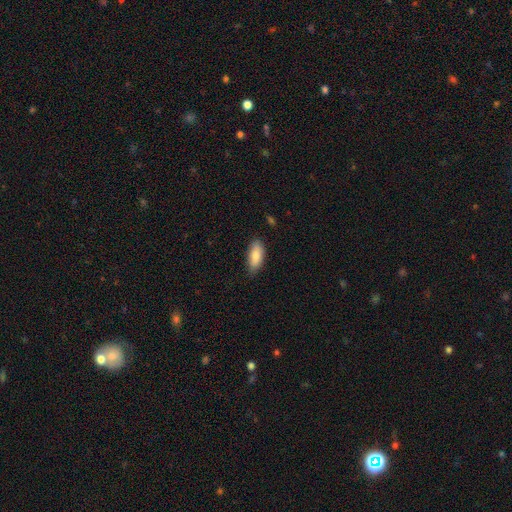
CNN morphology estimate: A smooth galaxy with no disk features (85%) that is in between round and cigar-shaped (84%).

Vote fractions:
- Smooth or featured? smooth: 85% / featured or disk: 9% / star or artifact: 6%
- How rounded? in between: 84% / cigar-shaped: 14% / round: 2%
- Merging? none: 81% / minor disturbance: 15% / major disturbance: 2% / merger: 1%